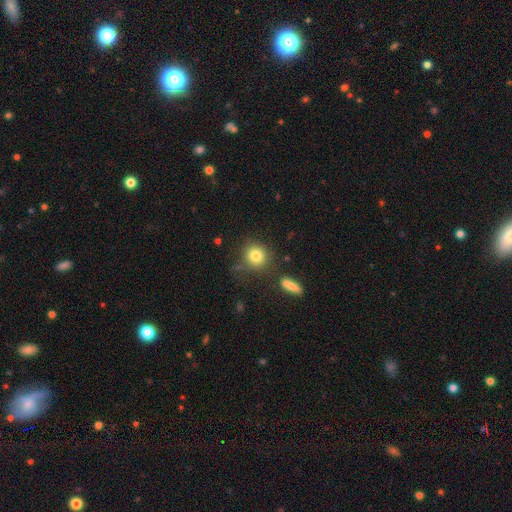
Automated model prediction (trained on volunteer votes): This is clearly a smooth galaxy (81%). How rounded: clearly round (86%). Merging: likely none (78%).